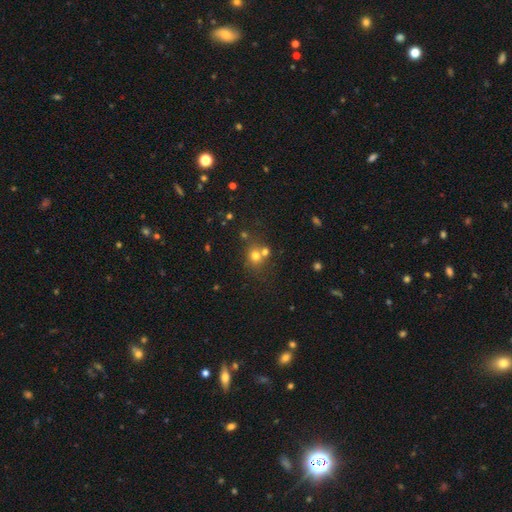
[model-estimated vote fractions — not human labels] Q: Smooth or featured?
A: smooth (69%); runner-up: star or artifact (19%)
Q: How rounded?
A: round (79%); runner-up: in between (20%)
Q: Merging?
A: none (53%); runner-up: merger (33%)